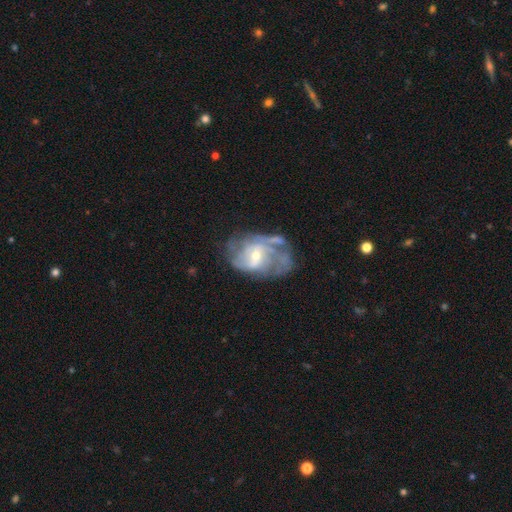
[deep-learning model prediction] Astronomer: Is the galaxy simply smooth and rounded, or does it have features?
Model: featured or disk — 79%.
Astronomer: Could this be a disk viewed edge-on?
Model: no — 97%.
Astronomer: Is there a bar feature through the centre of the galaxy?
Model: no — 47% (runner-up: weak, 43%).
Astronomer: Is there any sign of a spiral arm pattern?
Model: yes — 81%.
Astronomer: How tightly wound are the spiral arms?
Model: medium — 41% (runner-up: tight, 36%).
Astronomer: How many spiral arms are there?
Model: can't tell — 40% (runner-up: 2, 30%).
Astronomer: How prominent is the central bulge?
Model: small — 56% (runner-up: moderate, 39%).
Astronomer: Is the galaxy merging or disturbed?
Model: none — 39% (runner-up: major disturbance, 27%).